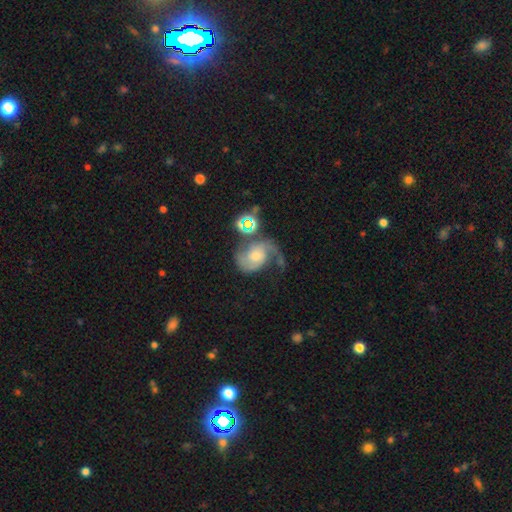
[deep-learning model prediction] The model was most divided on "merging": none: 39%, major disturbance: 28%, minor disturbance: 22%, merger: 11%. Remaining: edge-on disk — no (98%); spiral arms — yes (95%); smooth or featured — featured or disk (81%); spiral arm count — 2 (72%); bar — no (64%); bulge size — moderate (53%); spiral winding — medium (46%).